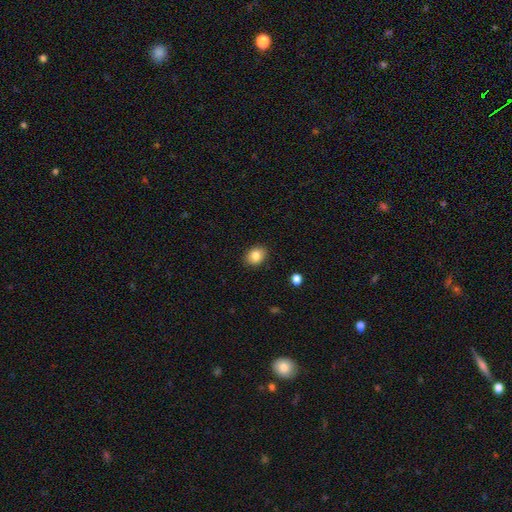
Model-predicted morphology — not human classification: smooth-or-featured: smooth: 84% | star or artifact: 9% | featured or disk: 7%
  how-rounded: in between: 59% | round: 40% | cigar-shaped: 1%
  merging: none: 88% | minor disturbance: 9% | major disturbance: 2% | merger: 1%